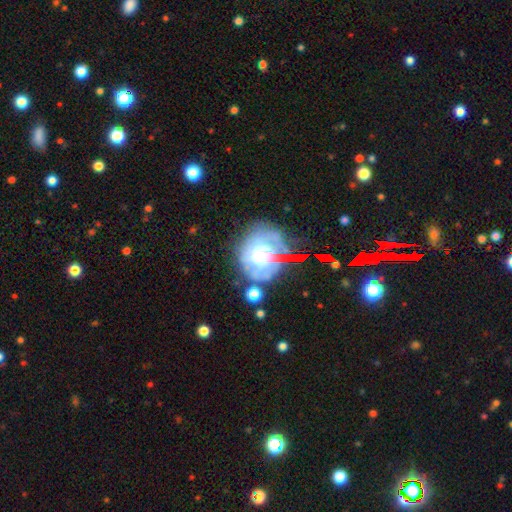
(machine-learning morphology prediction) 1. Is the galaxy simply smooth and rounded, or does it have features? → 55% featured or disk, 31% smooth, 14% star or artifact.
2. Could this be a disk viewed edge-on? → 94% no, 6% yes.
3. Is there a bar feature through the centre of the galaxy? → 76% no, 18% weak, 6% strong.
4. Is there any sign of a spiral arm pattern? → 57% no, 43% yes.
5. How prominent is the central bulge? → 44% moderate, 27% large, 18% small, 6% none, 5% dominant.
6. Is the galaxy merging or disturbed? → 37% none, 27% major disturbance, 24% minor disturbance, 12% merger.